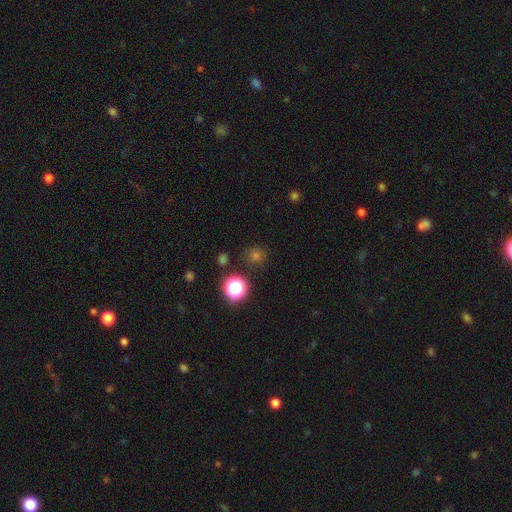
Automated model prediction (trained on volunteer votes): Smooth or featured: smooth — 61% (star or artifact — 33%)
How rounded: round — 91% (in between — 8%)
Merging: none — 87% (minor disturbance — 7%)